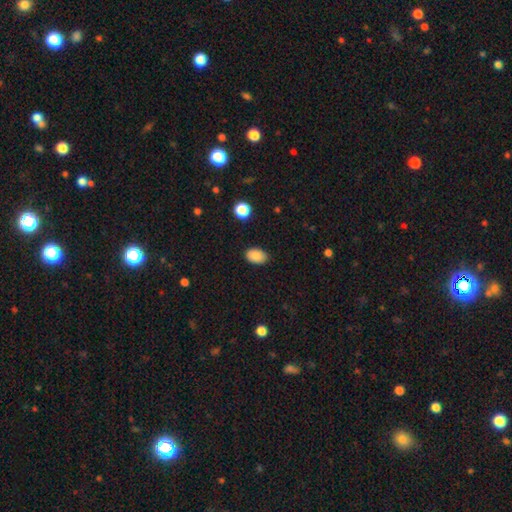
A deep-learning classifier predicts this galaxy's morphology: The model was most divided on "how rounded": in between: 85%, round: 14%, cigar-shaped: 1%. More confident: smooth or featured — smooth (88%); merging — none (86%).